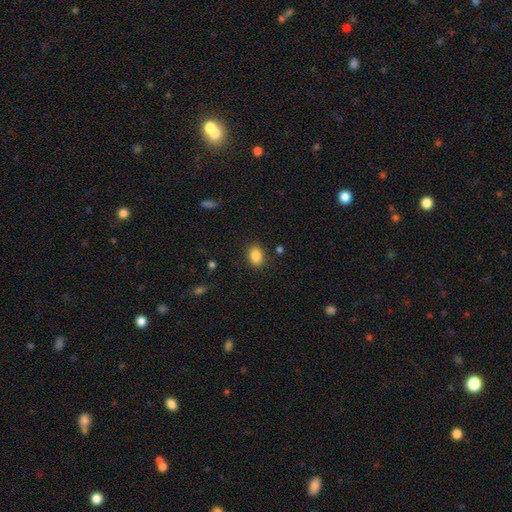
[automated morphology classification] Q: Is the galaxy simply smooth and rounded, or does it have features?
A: smooth — 86%.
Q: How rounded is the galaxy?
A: in between — 70%.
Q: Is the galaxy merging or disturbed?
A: none — 86%.